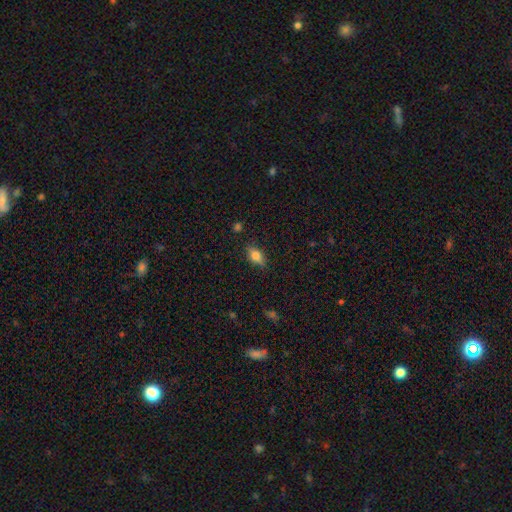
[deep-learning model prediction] Smooth or featured?
  - smooth: 69% *
  - featured or disk: 21%
  - star or artifact: 10%
How rounded?
  - in between: 81% *
  - cigar-shaped: 11%
  - round: 8%
Merging?
  - none: 77% *
  - minor disturbance: 17%
  - major disturbance: 4%
  - merger: 2%